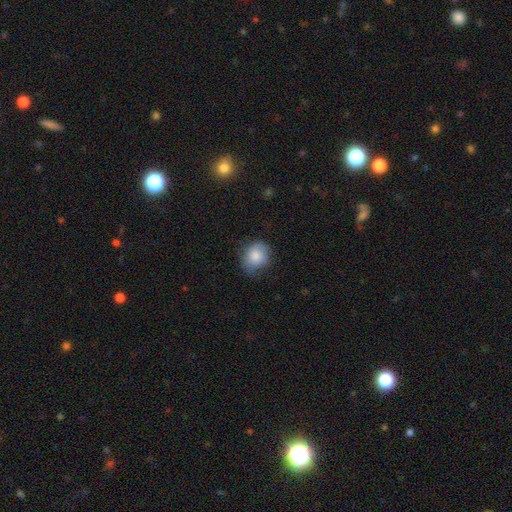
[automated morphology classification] Q: Smooth or featured?
A: smooth (79%); runner-up: featured or disk (13%)
Q: How rounded?
A: round (68%); runner-up: in between (31%)
Q: Merging?
A: none (60%); runner-up: minor disturbance (29%)